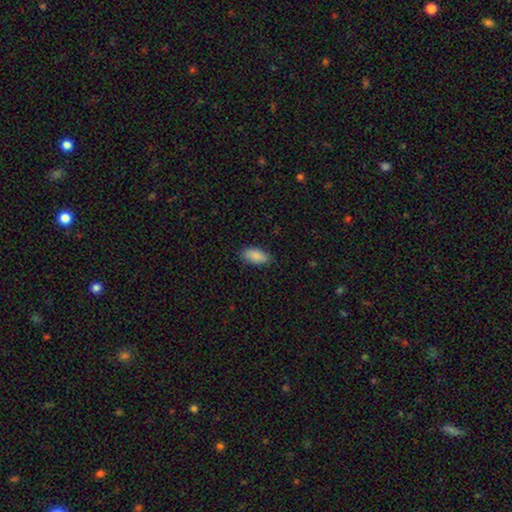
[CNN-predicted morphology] Smooth or featured? Predicted: smooth (p=0.89). How rounded? Predicted: in between (p=0.91). Merging? Predicted: none (p=0.84).